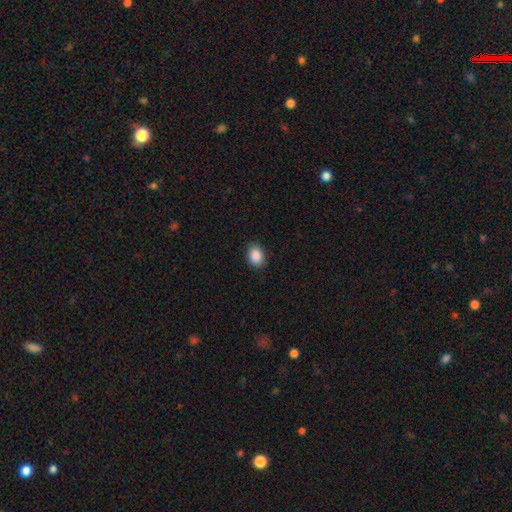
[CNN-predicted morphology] Q: Smooth or featured?
A: smooth (89%); runner-up: star or artifact (8%)
Q: How rounded?
A: in between (72%); runner-up: round (27%)
Q: Merging?
A: none (88%); runner-up: minor disturbance (9%)